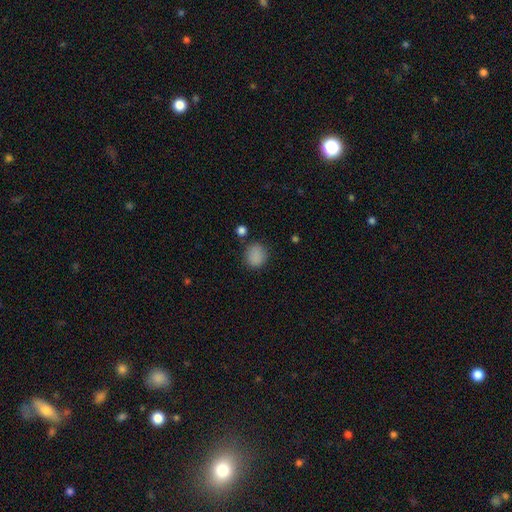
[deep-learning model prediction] Overall: smooth (86%). How rounded: round (78%). Merging: none (80%).